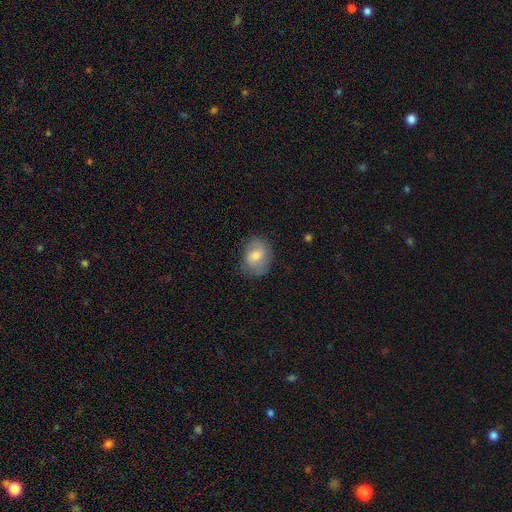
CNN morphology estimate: Overall: smooth (64%; featured or disk 27%). How rounded: in between (55%; round 44%). Merging: none (73%).